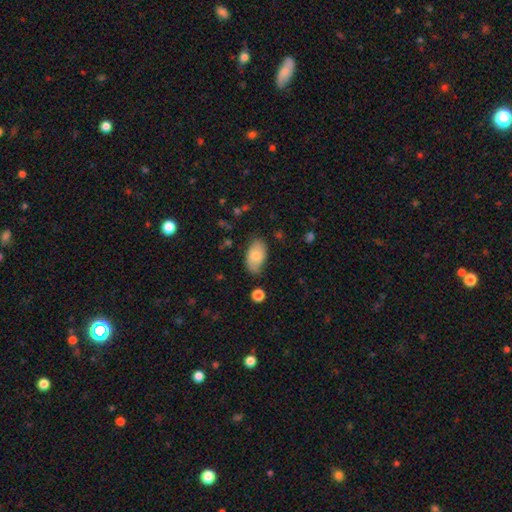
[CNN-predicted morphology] Smooth or featured?
  - smooth: 77% *
  - featured or disk: 16%
  - star or artifact: 7%
How rounded?
  - in between: 94% *
  - round: 4%
  - cigar-shaped: 2%
Merging?
  - none: 72% *
  - minor disturbance: 21%
  - major disturbance: 4%
  - merger: 2%